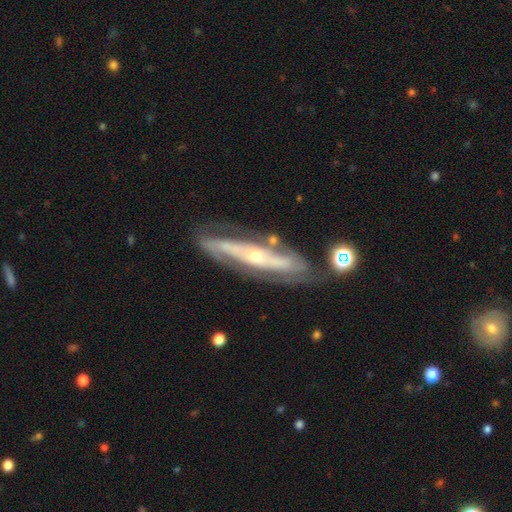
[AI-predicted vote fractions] Smooth or featured: featured or disk — 81% (smooth — 13%)
Edge-on disk: no — 68% (yes — 32%)
Bar: no — 58% (strong — 24%)
Spiral arms: yes — 74% (no — 26%)
Bulge size: small — 58% (moderate — 38%)
Merging: none — 73% (minor disturbance — 16%)